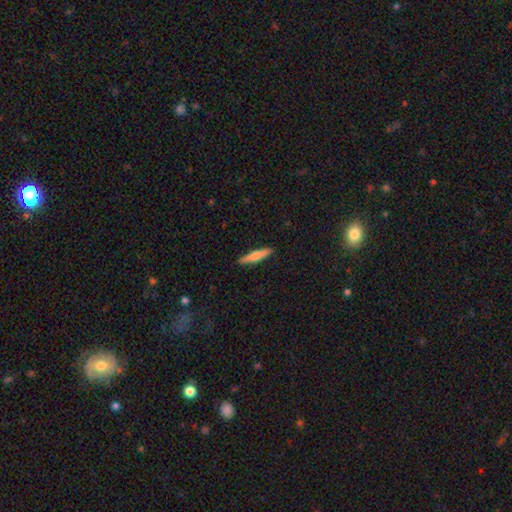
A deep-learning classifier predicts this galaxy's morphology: This is likely a smooth galaxy (66%). How rounded: clearly cigar-shaped (89%). Merging: clearly none (91%).